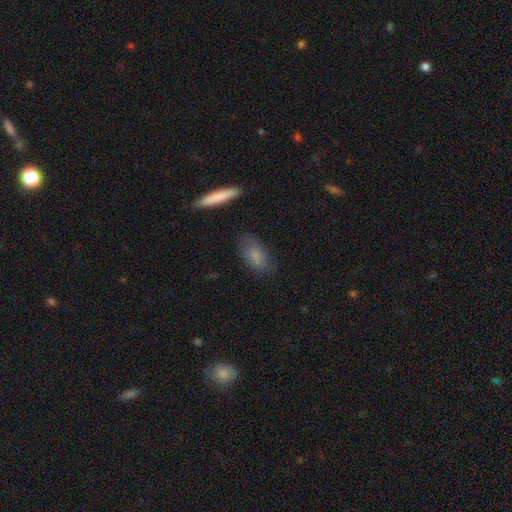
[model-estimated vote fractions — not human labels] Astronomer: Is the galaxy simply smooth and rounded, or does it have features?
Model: smooth — 78%.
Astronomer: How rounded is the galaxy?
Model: in between — 86%.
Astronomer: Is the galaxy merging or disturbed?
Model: none — 75%.